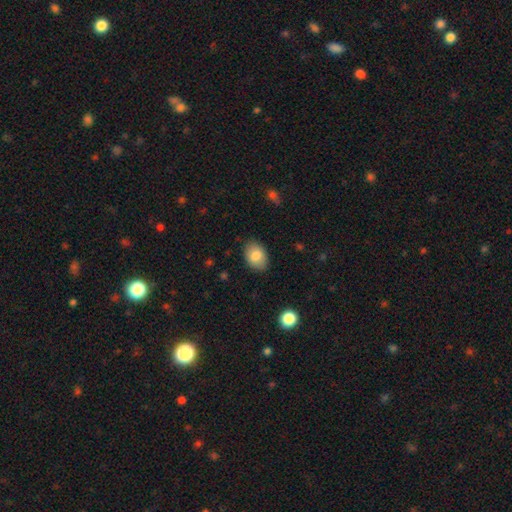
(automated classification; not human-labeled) Overall: smooth (82%). How rounded: in between (83%). Merging: none (84%).